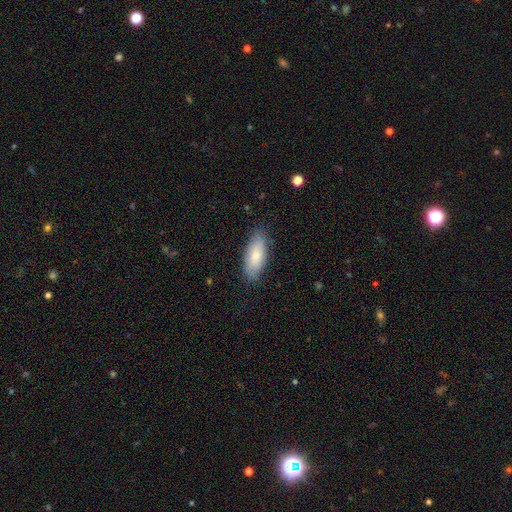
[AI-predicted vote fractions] The model was most divided on "how rounded": in between: 78%, cigar-shaped: 20%, round: 2%. More confident: merging — none (83%); smooth or featured — smooth (79%).